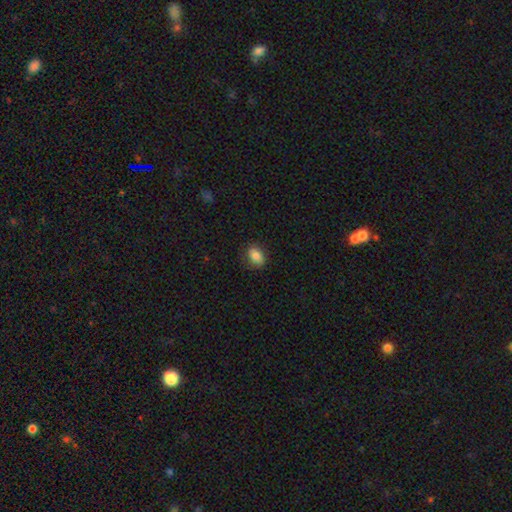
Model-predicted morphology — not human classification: The model was most divided on "how rounded": in between: 78%, round: 20%, cigar-shaped: 2%. More confident: smooth or featured — smooth (83%); merging — none (81%).